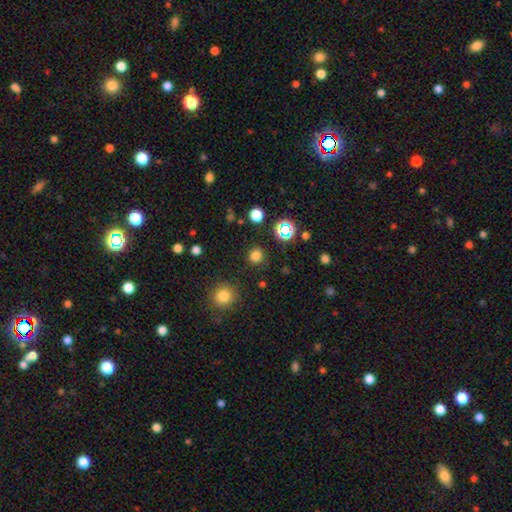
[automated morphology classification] A smooth galaxy with no disk features (76%) that is round (94%).

Vote fractions:
- Smooth or featured? smooth: 76% / star or artifact: 19% / featured or disk: 4%
- How rounded? round: 94% / in between: 5% / cigar-shaped: 1%
- Merging? none: 89% / minor disturbance: 6% / major disturbance: 3% / merger: 2%